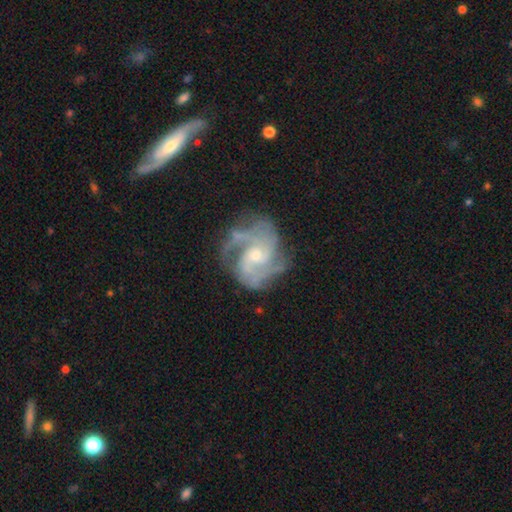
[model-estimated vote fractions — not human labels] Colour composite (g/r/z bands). It shows a featured or disk galaxy (90%) with no bar (61%), 3 (37%) medium (51%) spiral arms (97%) and a small central bulge (55%). Merging: none (63%).